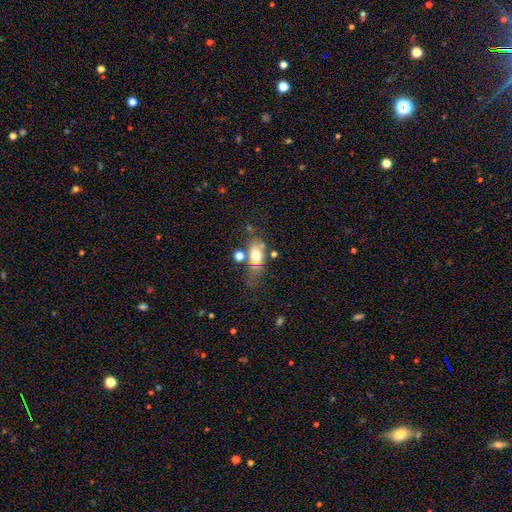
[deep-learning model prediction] Smooth or featured?
  - smooth: 64% *
  - featured or disk: 25%
  - star or artifact: 10%
How rounded?
  - in between: 76% *
  - round: 13%
  - cigar-shaped: 11%
Merging?
  - none: 45% *
  - minor disturbance: 22%
  - merger: 17%
  - major disturbance: 16%